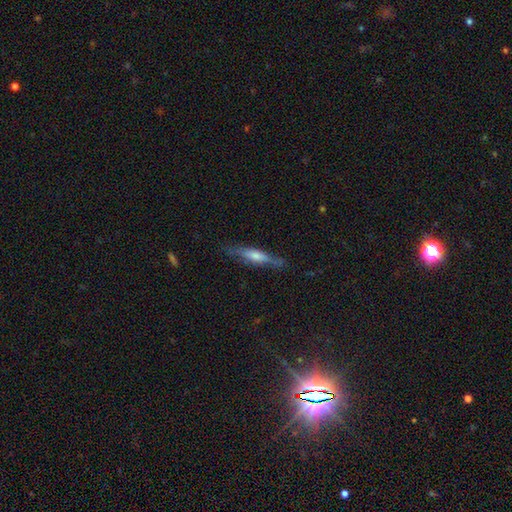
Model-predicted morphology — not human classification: A featured or disk galaxy (59%) viewed edge-on (88%) with a rounded central bulge (62%). Merging: none (78%).